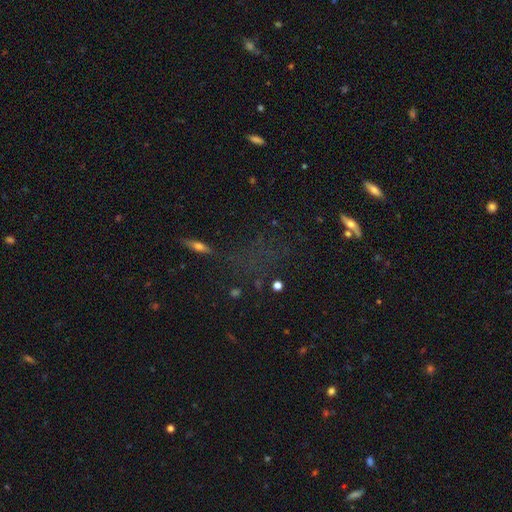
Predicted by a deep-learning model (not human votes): Q: Smooth or featured?
A: star or artifact (56%); runner-up: smooth (29%)